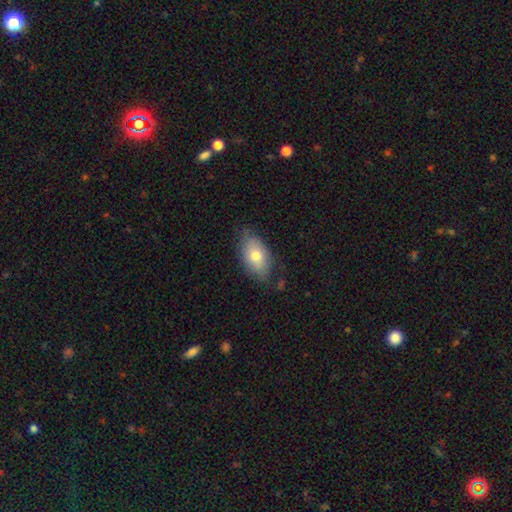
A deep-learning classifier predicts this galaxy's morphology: This appears to be a smooth galaxy with no disk features (73%) that is in between round and cigar-shaped (91%). Merging: none (71%).